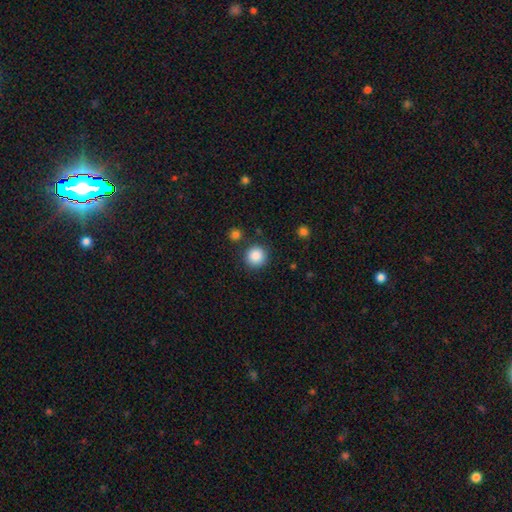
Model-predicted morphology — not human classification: smooth 87%, star or artifact 9%, featured or disk 4%. Down the decision tree: how rounded — round (94%); merging — none (87%).